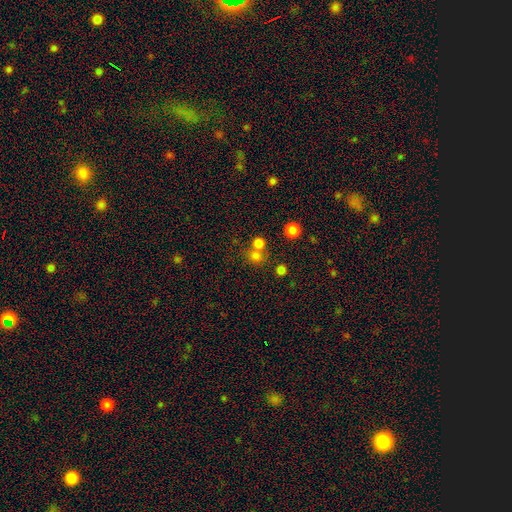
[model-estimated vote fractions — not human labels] Smooth or featured?
  - smooth: 74% *
  - star or artifact: 18%
  - featured or disk: 8%
How rounded?
  - round: 87% *
  - in between: 12%
  - cigar-shaped: 1%
Merging?
  - none: 56% *
  - merger: 34%
  - minor disturbance: 6%
  - major disturbance: 3%